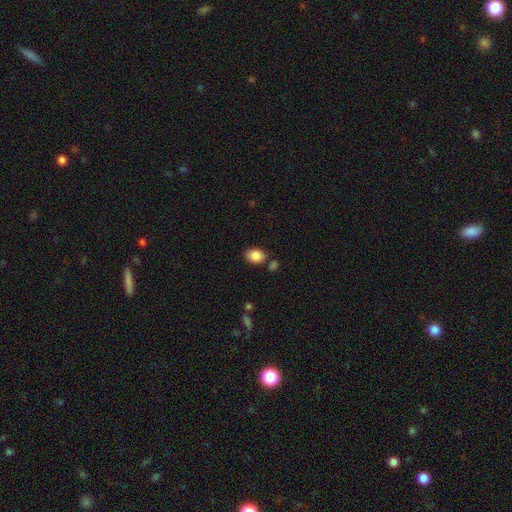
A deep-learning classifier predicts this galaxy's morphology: Smooth or featured? Predicted: smooth (p=0.87). How rounded? Predicted: in between (p=0.72). Merging? Predicted: none (p=0.75).